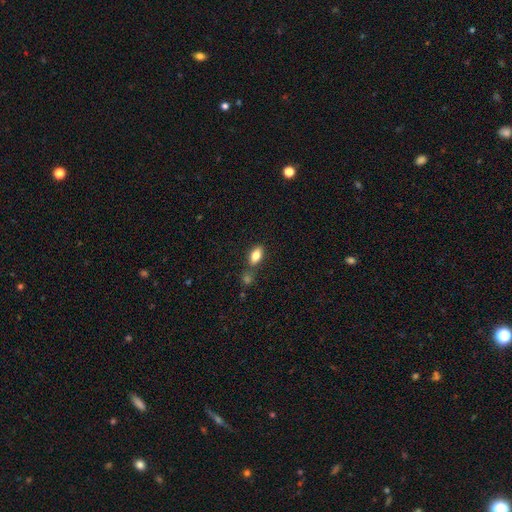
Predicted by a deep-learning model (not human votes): Smooth or featured? Predicted: smooth (p=0.80). How rounded? Predicted: in between (p=0.87). Merging? Predicted: none (p=0.66).